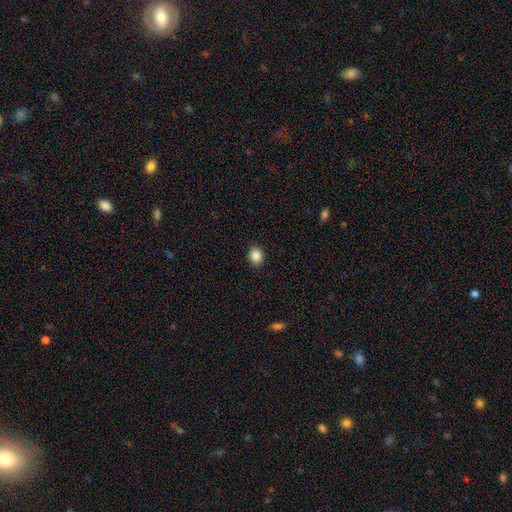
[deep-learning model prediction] A smooth galaxy with no disk features (87%) that is round (50%).

Vote fractions:
- Smooth or featured? smooth: 87% / star or artifact: 10% / featured or disk: 4%
- How rounded? round: 50% / in between: 49% / cigar-shaped: 1%
- Merging? none: 91% / minor disturbance: 6% / major disturbance: 2% / merger: 1%